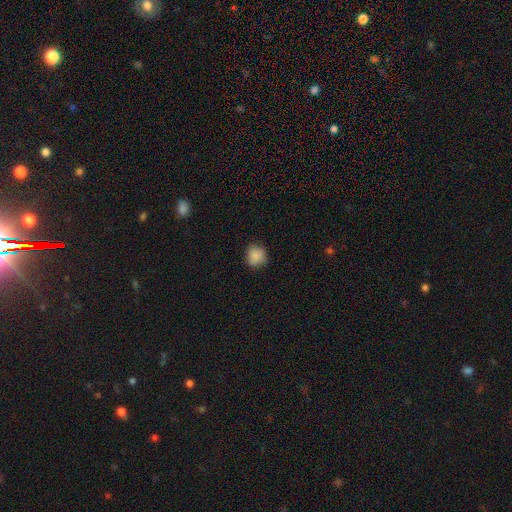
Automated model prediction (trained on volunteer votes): A smooth galaxy with no disk features (86%) that is round (82%). Merging: none (79%).